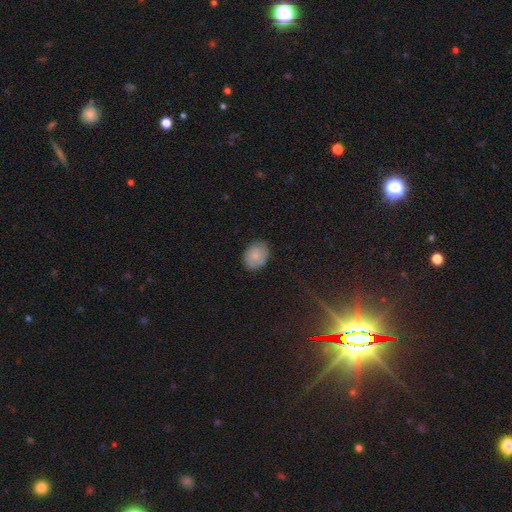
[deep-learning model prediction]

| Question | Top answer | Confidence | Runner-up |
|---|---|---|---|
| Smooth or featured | smooth | 78% | featured or disk (14%) |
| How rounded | in between | 64% | round (35%) |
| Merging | none | 81% | minor disturbance (15%) |